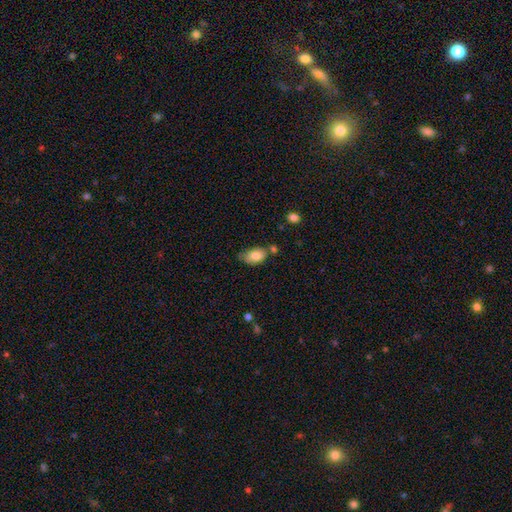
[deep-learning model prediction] Smooth or featured? smooth (81%)
How rounded? in between (91%)
Merging? none (53%)